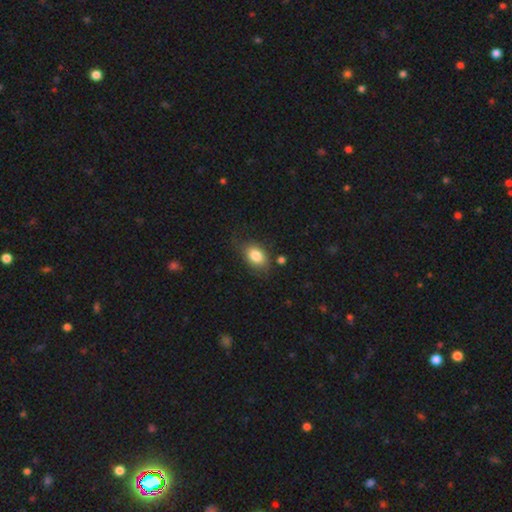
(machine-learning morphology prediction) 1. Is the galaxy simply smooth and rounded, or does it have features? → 83% smooth, 9% featured or disk, 8% star or artifact.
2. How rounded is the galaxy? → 81% in between, 17% round, 2% cigar-shaped.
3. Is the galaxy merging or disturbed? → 67% none, 23% minor disturbance, 7% major disturbance, 3% merger.